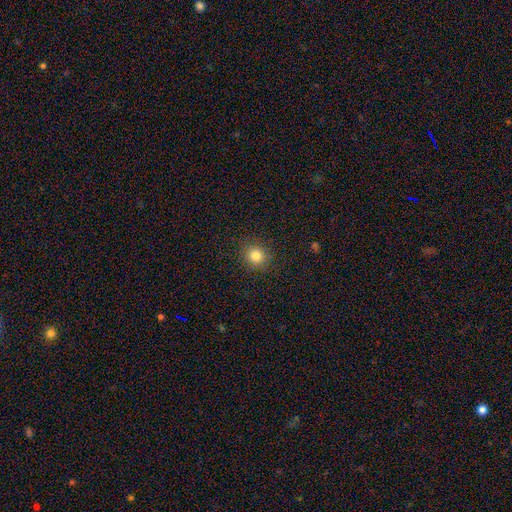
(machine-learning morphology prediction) type=smooth (82%); roundness=round (87%); merging=none (90%).